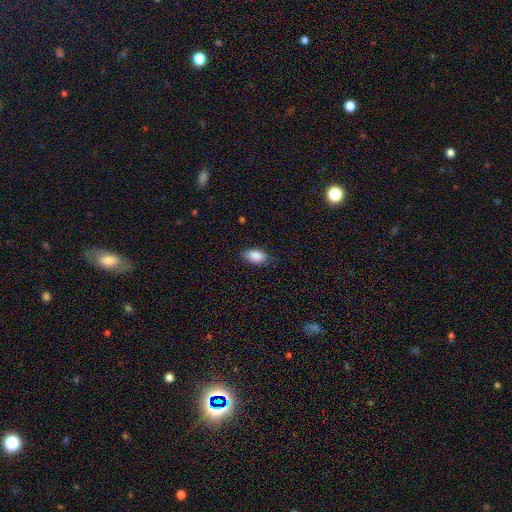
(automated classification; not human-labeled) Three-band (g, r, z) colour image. It shows a smooth galaxy with no disk features (89%) that is in between round and cigar-shaped (92%). Merging: none (81%).